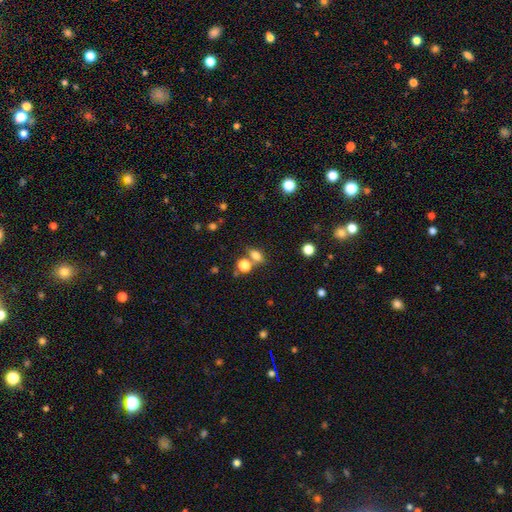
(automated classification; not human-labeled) Smooth or featured: smooth — 75% (star or artifact — 15%)
How rounded: in between — 73% (round — 21%)
Merging: none — 59% (merger — 24%)